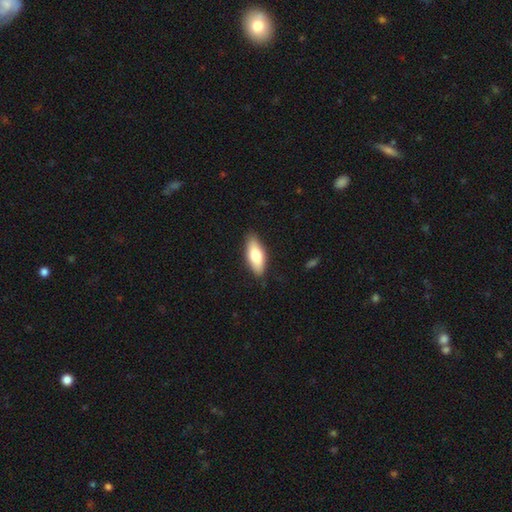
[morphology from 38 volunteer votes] type=smooth (71%); roundness=in between (56%); merging=none (94%).